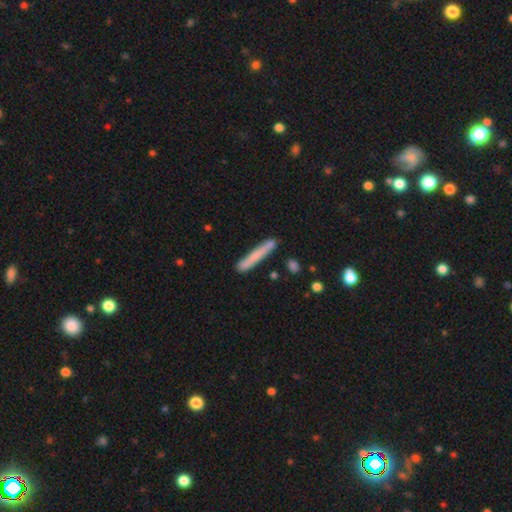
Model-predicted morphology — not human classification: Q: Smooth or featured?
A: smooth (66%); runner-up: featured or disk (27%)
Q: How rounded?
A: cigar-shaped (95%); runner-up: in between (3%)
Q: Merging?
A: none (81%); runner-up: minor disturbance (13%)